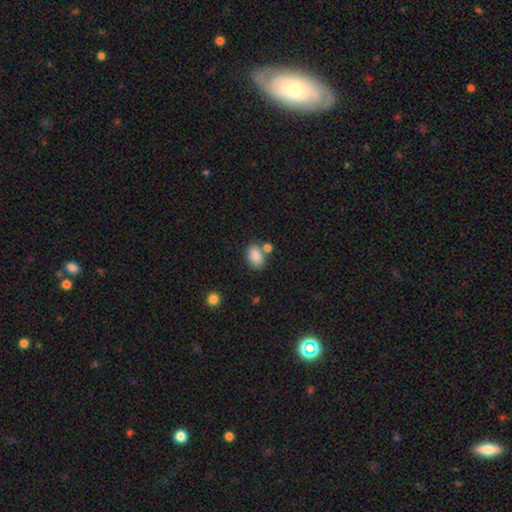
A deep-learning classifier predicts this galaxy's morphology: smooth-or-featured: smooth: 87% | star or artifact: 8% | featured or disk: 5%
  how-rounded: in between: 82% | round: 17% | cigar-shaped: 1%
  merging: none: 64% | merger: 18% | minor disturbance: 13% | major disturbance: 4%